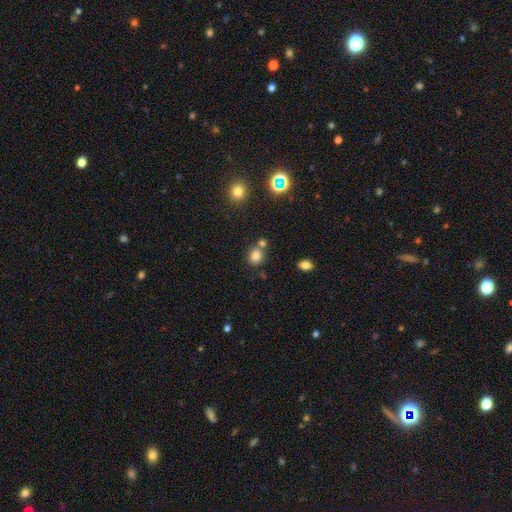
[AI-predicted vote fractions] A smooth galaxy with no disk features (79%) that is round (63%).

Vote fractions:
- Smooth or featured? smooth: 79% / star or artifact: 14% / featured or disk: 7%
- How rounded? round: 63% / in between: 36% / cigar-shaped: 1%
- Merging? none: 62% / merger: 23% / minor disturbance: 11% / major disturbance: 4%